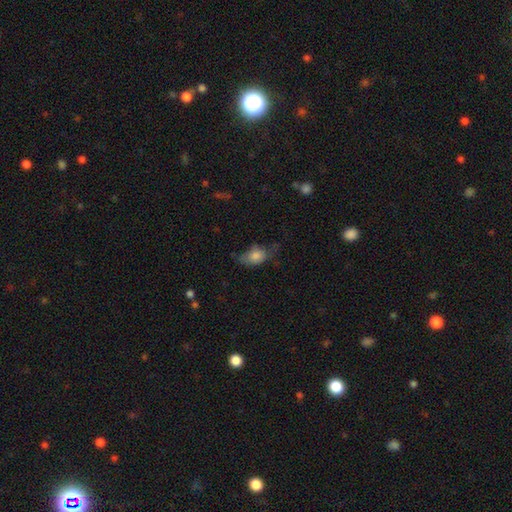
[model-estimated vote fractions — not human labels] Overall: smooth (78%). How rounded: in between (83%). Merging: minor disturbance (38%, tied with none).